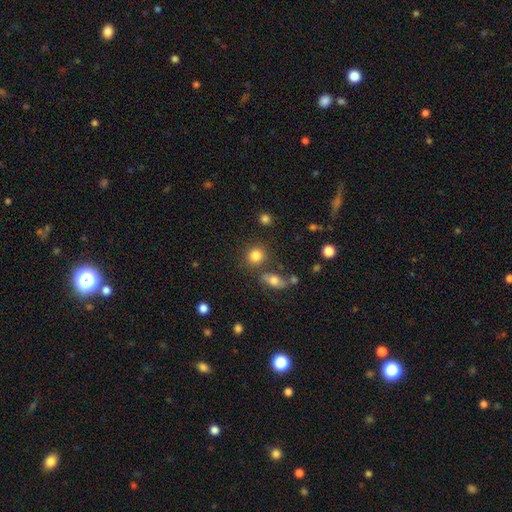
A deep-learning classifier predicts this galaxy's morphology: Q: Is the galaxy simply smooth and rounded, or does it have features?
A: smooth — 82%.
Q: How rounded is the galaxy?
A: round — 84%.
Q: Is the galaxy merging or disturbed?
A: none — 74%.